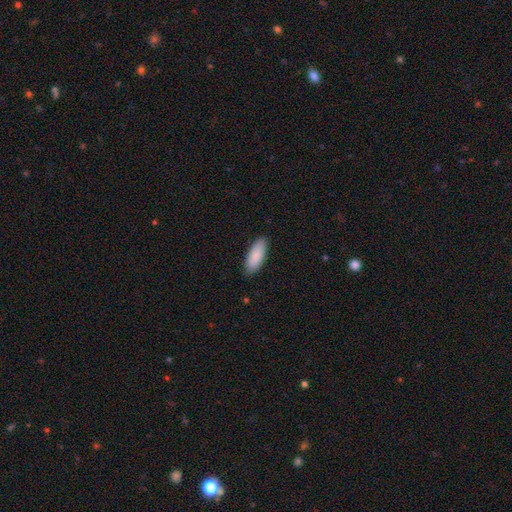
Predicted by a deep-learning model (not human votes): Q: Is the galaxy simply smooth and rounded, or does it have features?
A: smooth — 89%.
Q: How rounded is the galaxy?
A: in between — 74%.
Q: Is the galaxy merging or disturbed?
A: none — 87%.